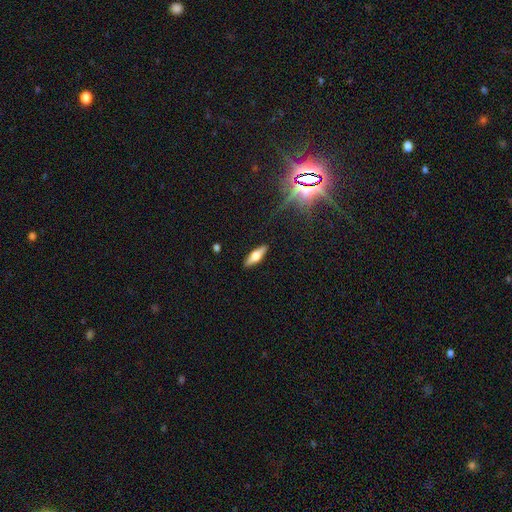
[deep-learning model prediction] This is possibly a smooth galaxy (48%). Merging: clearly none (89%).